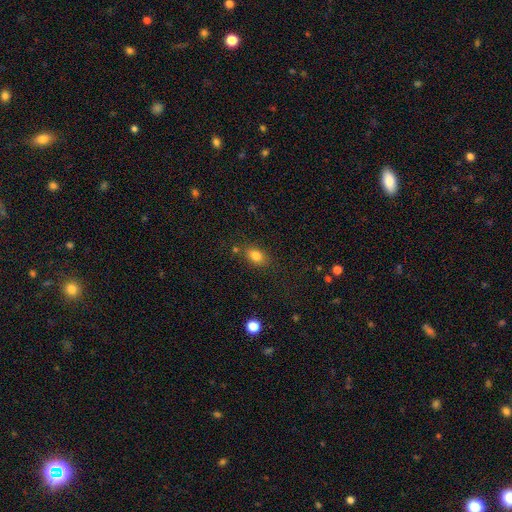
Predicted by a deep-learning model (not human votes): smooth_or_featured: smooth (p=0.81) [alt: star or artifact p=0.11]
how_rounded: in between (p=0.76) [alt: round p=0.22]
merging: none (p=0.77) [alt: minor disturbance p=0.13]